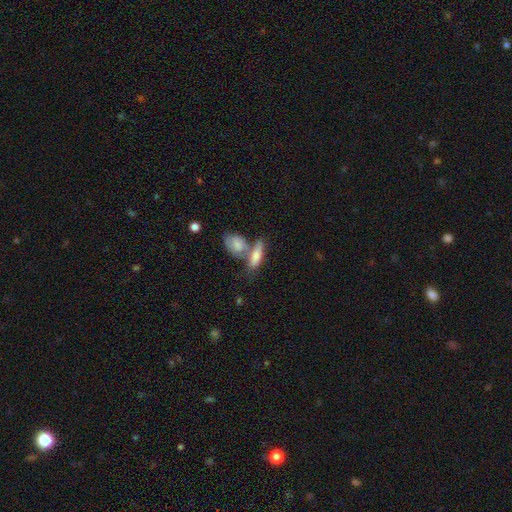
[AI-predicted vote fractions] The model was most divided on "merging": merger: 42%, none: 41%, minor disturbance: 12%, major disturbance: 5%. More confident: smooth or featured — smooth (72%); how rounded — in between (62%).